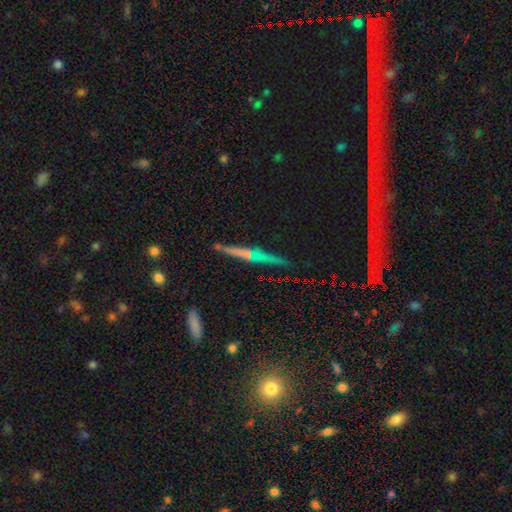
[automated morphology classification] Smooth or featured? featured or disk (55%)
Edge-on disk? yes (95%)
Edge-on bulge? none (50%)
Merging? none (86%)